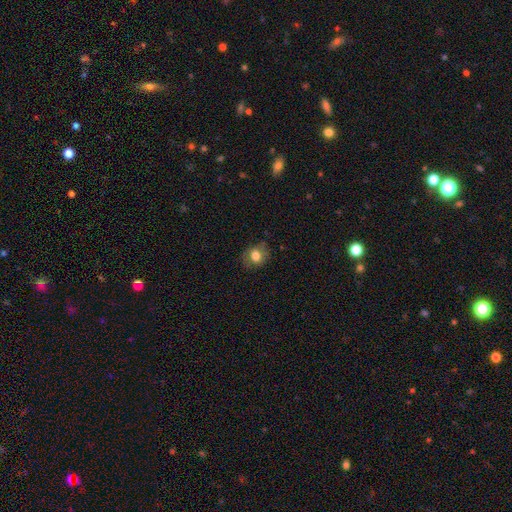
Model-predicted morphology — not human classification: smooth_or_featured: smooth (p=0.74) [alt: featured or disk p=0.16]
how_rounded: round (p=0.59) [alt: in between p=0.40]
merging: none (p=0.72) [alt: minor disturbance p=0.20]